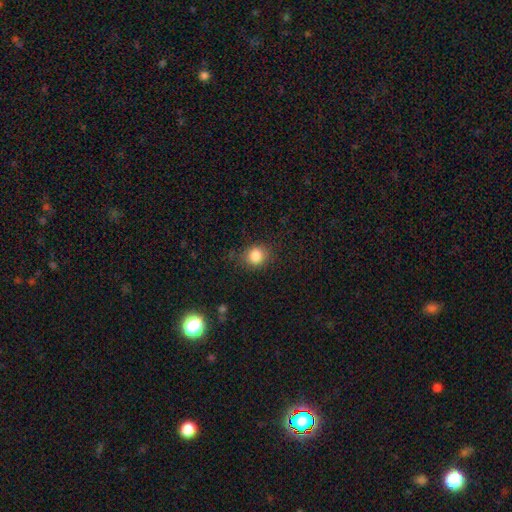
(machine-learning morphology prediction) A smooth galaxy with no disk features (84%) that is round (77%).

Vote fractions:
- Smooth or featured? smooth: 84% / star or artifact: 11% / featured or disk: 5%
- How rounded? round: 77% / in between: 22% / cigar-shaped: 1%
- Merging? none: 80% / minor disturbance: 14% / major disturbance: 4% / merger: 1%